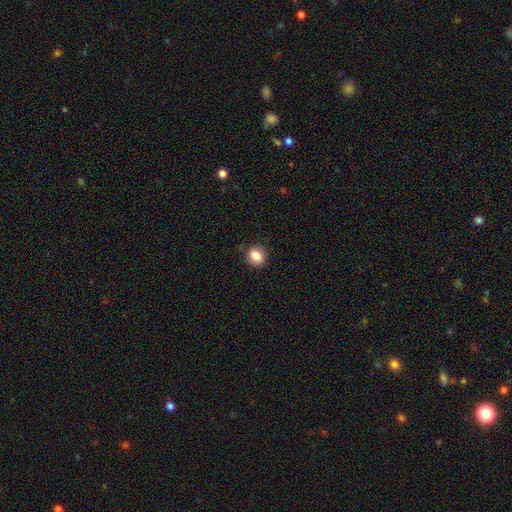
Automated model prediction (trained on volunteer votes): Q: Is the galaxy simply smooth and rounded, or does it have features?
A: smooth — 81%.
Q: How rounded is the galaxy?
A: round — 66%.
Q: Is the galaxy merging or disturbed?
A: none — 84%.